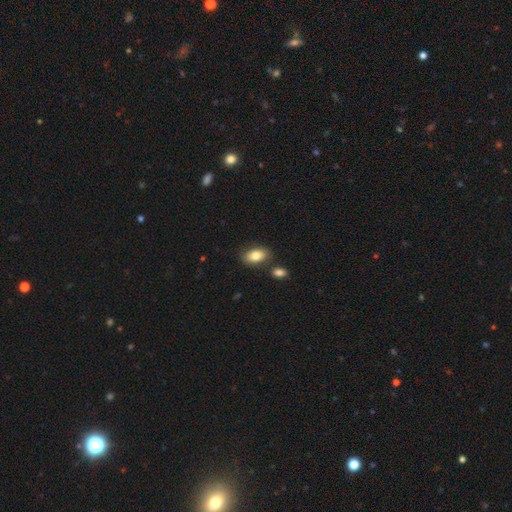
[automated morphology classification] The model was most divided on "merging": none: 76%, minor disturbance: 12%, merger: 9%, major disturbance: 3%. More confident: how rounded — in between (92%); smooth or featured — smooth (80%).